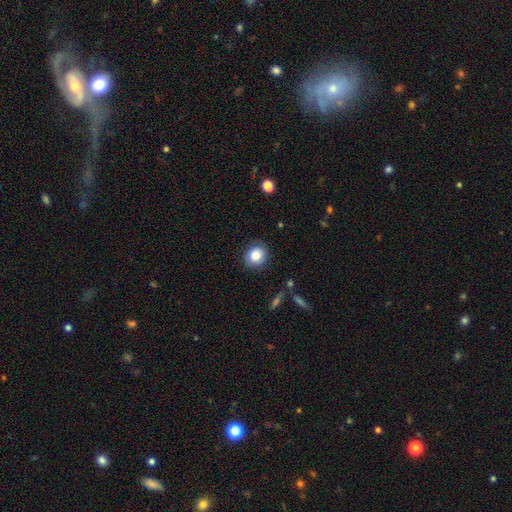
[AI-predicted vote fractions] smooth_or_featured: smooth (p=0.83) [alt: star or artifact p=0.09]
how_rounded: round (p=0.74) [alt: in between p=0.25]
merging: none (p=0.84) [alt: minor disturbance p=0.12]